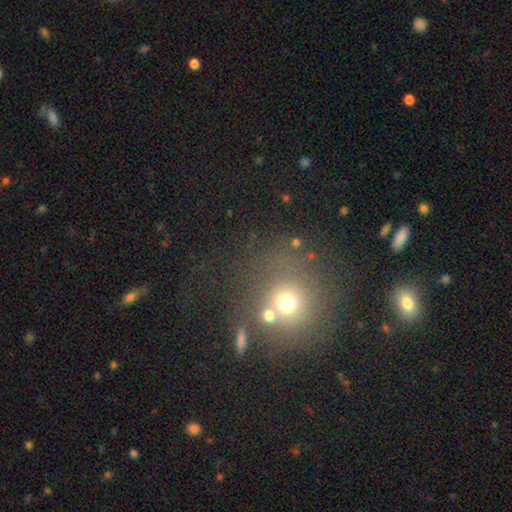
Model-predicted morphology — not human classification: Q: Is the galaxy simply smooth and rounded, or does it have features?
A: smooth — 55%.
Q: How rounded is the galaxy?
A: round — 86%.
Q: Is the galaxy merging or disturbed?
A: none — 62%.